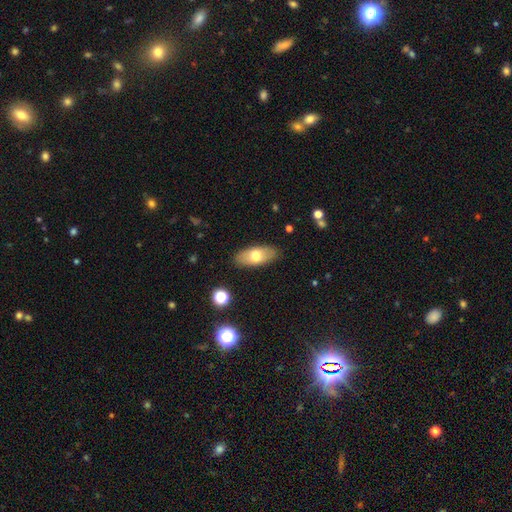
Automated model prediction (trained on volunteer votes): A smooth galaxy with no disk features (69%) that is in between round and cigar-shaped (87%).

Vote fractions:
- Smooth or featured? smooth: 69% / featured or disk: 25% / star or artifact: 7%
- How rounded? in between: 87% / cigar-shaped: 10% / round: 3%
- Merging? none: 87% / minor disturbance: 9% / major disturbance: 2% / merger: 1%